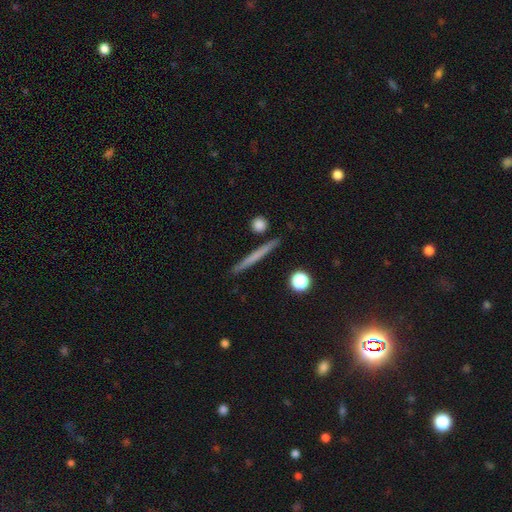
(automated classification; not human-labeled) smooth_or_featured: smooth (p=0.55) [alt: featured or disk p=0.38]
how_rounded: cigar-shaped (p=0.94) [alt: round p=0.03]
merging: none (p=0.90) [alt: minor disturbance p=0.06]